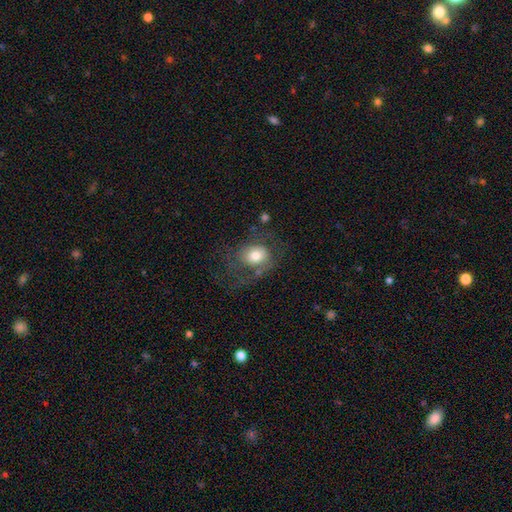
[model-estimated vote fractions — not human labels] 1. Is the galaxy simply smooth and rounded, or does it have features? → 64% smooth, 27% featured or disk, 9% star or artifact.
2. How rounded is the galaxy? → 59% round, 40% in between, 1% cigar-shaped.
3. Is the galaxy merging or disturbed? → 48% none, 27% major disturbance, 22% minor disturbance, 4% merger.